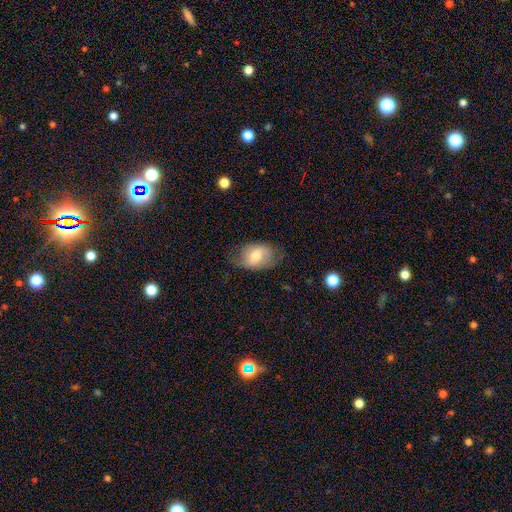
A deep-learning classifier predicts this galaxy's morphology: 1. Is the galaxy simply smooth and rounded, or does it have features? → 62% smooth, 31% featured or disk, 7% star or artifact.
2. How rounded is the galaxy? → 81% in between, 17% round, 1% cigar-shaped.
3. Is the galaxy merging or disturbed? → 64% none, 26% minor disturbance, 9% major disturbance, 1% merger.